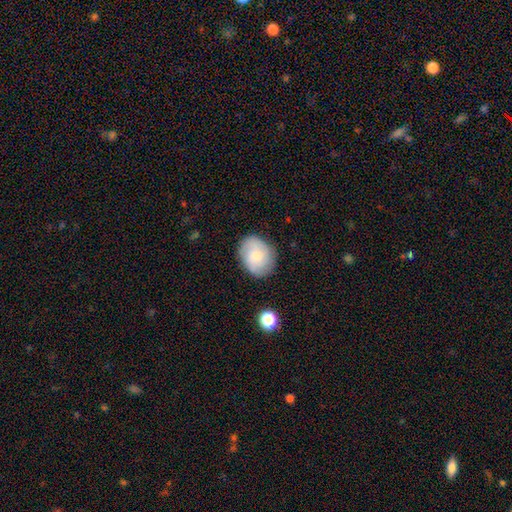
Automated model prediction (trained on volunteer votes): Smooth or featured: smooth — 66% (featured or disk — 26%)
How rounded: in between — 55% (round — 44%)
Merging: none — 81% (minor disturbance — 14%)